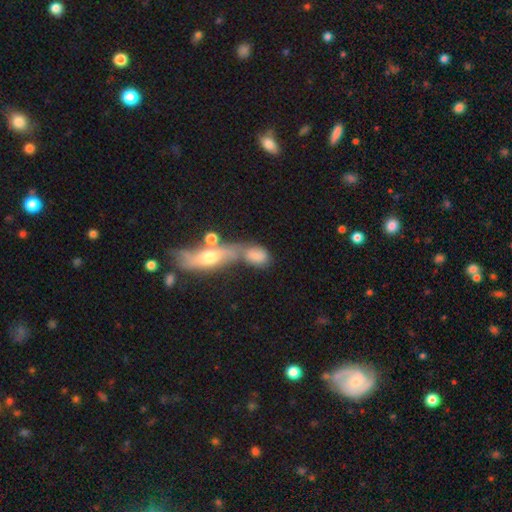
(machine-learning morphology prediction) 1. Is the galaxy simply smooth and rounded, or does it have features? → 68% smooth, 23% featured or disk, 9% star or artifact.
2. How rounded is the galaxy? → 76% in between, 14% round, 10% cigar-shaped.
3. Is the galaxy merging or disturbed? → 48% merger, 28% none, 13% minor disturbance, 10% major disturbance.